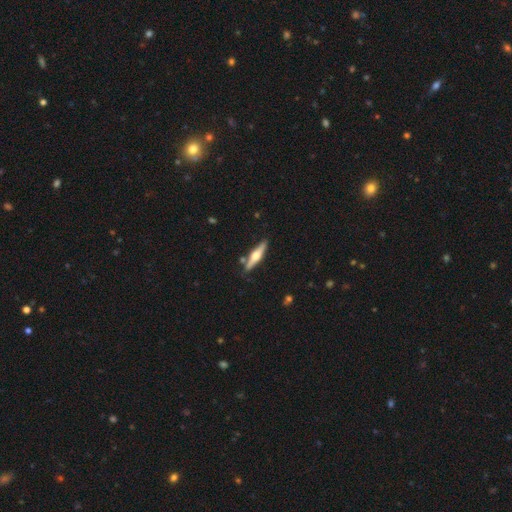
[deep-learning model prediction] Smooth or featured? Predicted: featured or disk (p=0.67). Edge-on disk? Predicted: yes (p=0.97). Edge-on bulge? Predicted: rounded (p=0.94). Merging? Predicted: none (p=0.84).